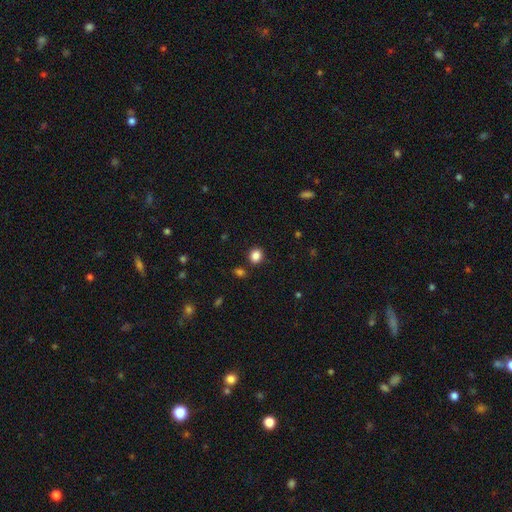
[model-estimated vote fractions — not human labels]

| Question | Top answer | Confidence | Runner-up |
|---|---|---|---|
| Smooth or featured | smooth | 85% | star or artifact (11%) |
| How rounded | round | 68% | in between (31%) |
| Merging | none | 84% | minor disturbance (8%) |